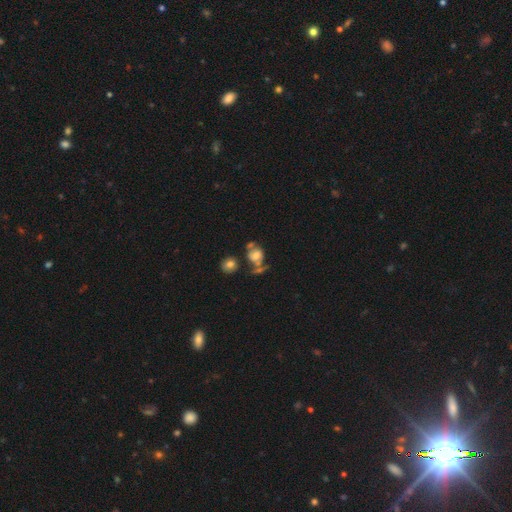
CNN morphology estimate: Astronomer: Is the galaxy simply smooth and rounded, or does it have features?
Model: smooth — 56% (runner-up: featured or disk, 31%).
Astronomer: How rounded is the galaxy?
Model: round — 49%, tied with in between at 49%.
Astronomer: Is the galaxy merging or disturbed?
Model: none — 38% (runner-up: merger, 30%).